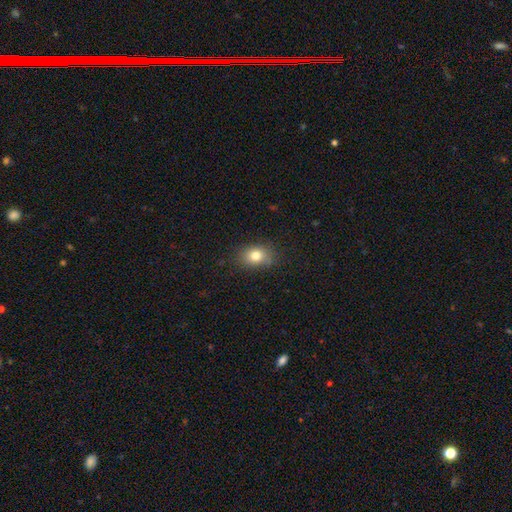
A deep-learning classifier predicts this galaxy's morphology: A smooth galaxy with no disk features (80%) that is in between round and cigar-shaped (68%). Merging: none (81%).